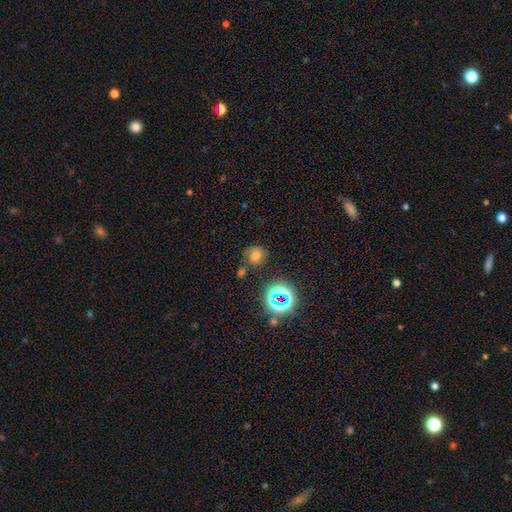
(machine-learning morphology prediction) A smooth galaxy with no disk features (61%) that is round (85%). Merging: none (74%).